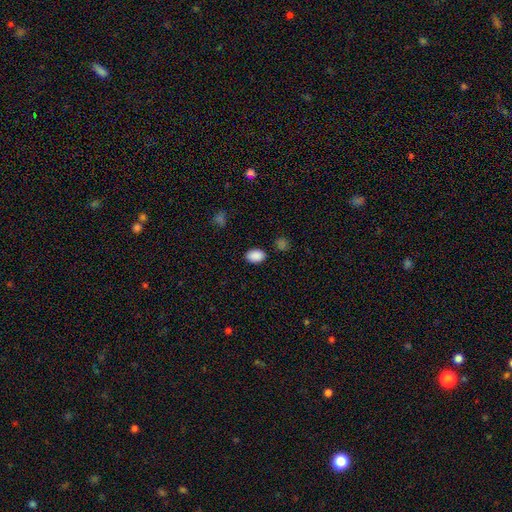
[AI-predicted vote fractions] Smooth or featured?
  - smooth: 89% *
  - star or artifact: 8%
  - featured or disk: 3%
How rounded?
  - in between: 85% *
  - round: 14%
  - cigar-shaped: 1%
Merging?
  - none: 86% *
  - minor disturbance: 9%
  - major disturbance: 3%
  - merger: 2%